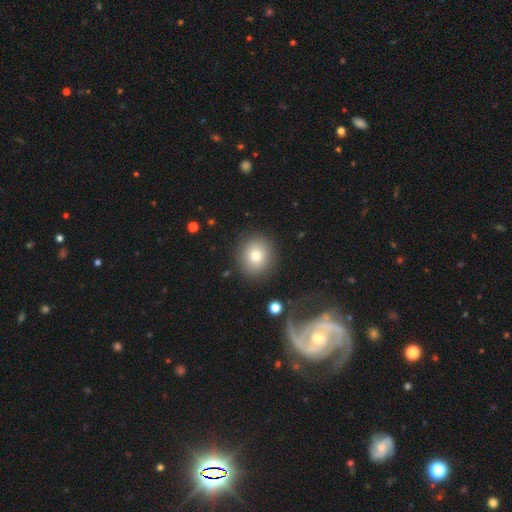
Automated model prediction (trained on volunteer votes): Morphology: type=smooth (77%); roundness=round (84%); merging=none (87%).